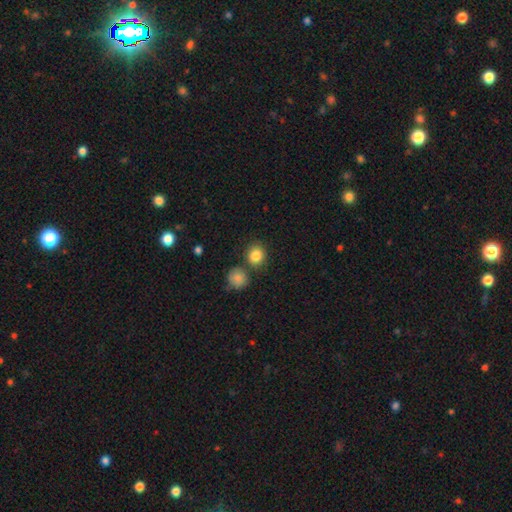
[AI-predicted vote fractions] Overall: smooth (85%). How rounded: round (77%). Merging: none (72%).